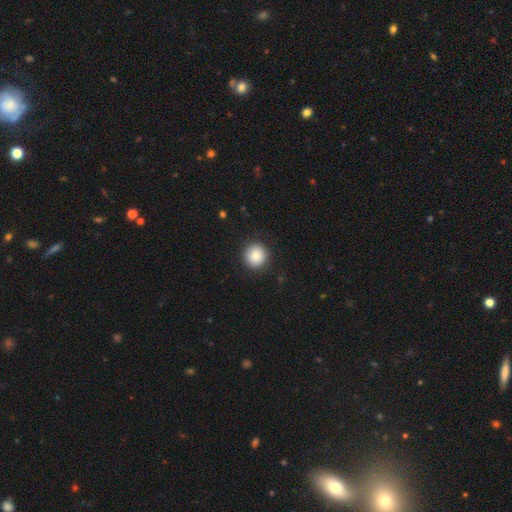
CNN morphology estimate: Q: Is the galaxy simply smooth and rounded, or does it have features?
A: smooth — 82%.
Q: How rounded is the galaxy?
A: round — 94%.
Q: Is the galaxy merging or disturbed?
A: none — 91%.